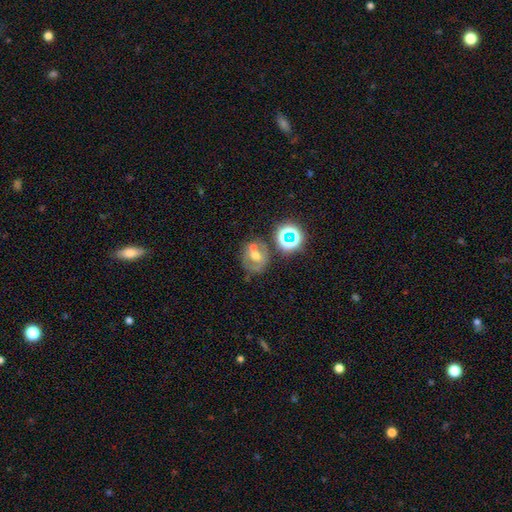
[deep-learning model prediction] The model was most divided on "smooth or featured": smooth: 42%, featured or disk: 39%, star or artifact: 19%. More confident: merging — none (51%).